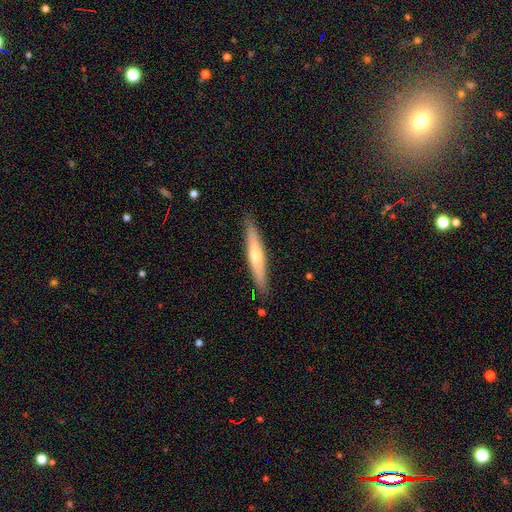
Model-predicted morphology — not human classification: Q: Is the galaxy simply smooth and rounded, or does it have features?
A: smooth — 49%.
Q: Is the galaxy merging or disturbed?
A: none — 89%.